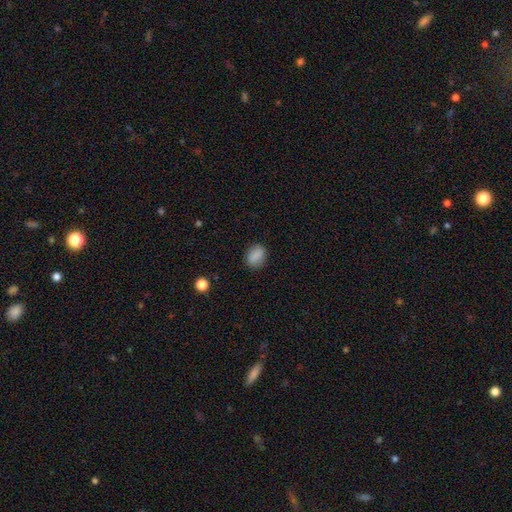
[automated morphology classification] Smooth or featured?
  - smooth: 87% *
  - star or artifact: 9%
  - featured or disk: 5%
How rounded?
  - in between: 64% *
  - round: 34%
  - cigar-shaped: 2%
Merging?
  - none: 85% *
  - minor disturbance: 11%
  - major disturbance: 3%
  - merger: 1%